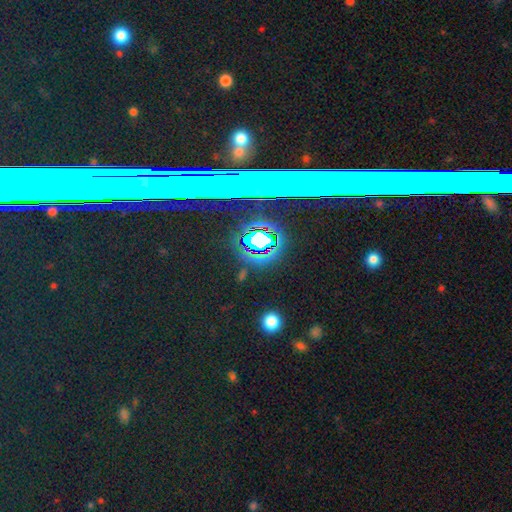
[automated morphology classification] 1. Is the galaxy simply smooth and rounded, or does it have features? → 73% star or artifact, 17% smooth, 10% featured or disk.